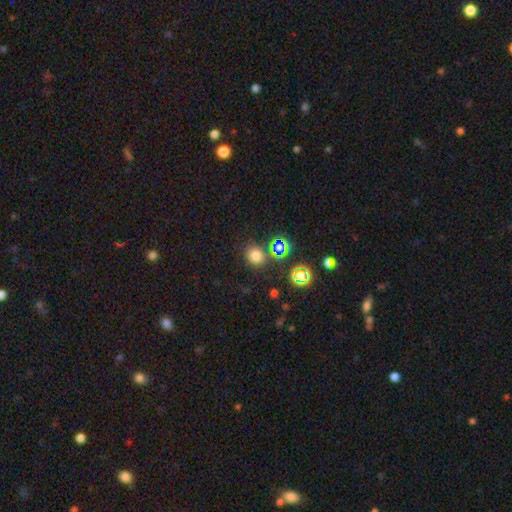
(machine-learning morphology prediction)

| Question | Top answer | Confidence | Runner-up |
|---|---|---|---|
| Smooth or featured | smooth | 71% | star or artifact (23%) |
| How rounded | round | 82% | in between (17%) |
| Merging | none | 81% | minor disturbance (9%) |